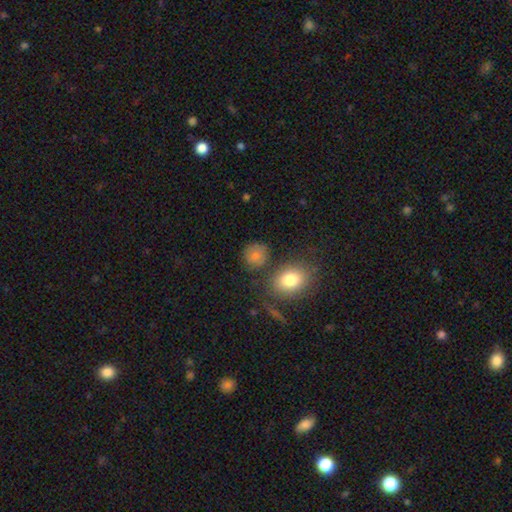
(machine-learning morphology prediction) A smooth galaxy with no disk features (79%) that is round (83%).

Vote fractions:
- Smooth or featured? smooth: 79% / star or artifact: 12% / featured or disk: 9%
- How rounded? round: 83% / in between: 16% / cigar-shaped: 1%
- Merging? none: 74% / minor disturbance: 14% / merger: 7% / major disturbance: 5%